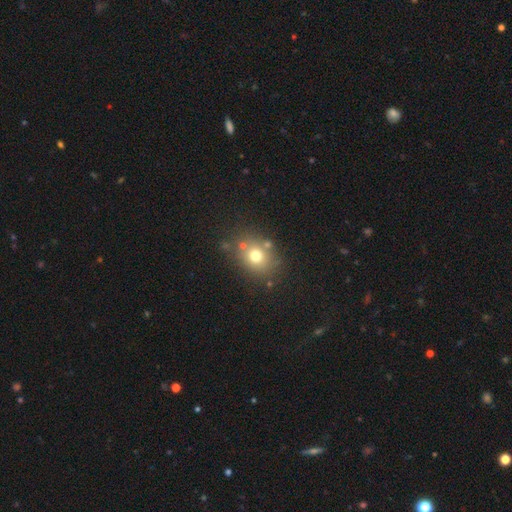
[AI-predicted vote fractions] This is likely a smooth galaxy (70%). How rounded: possibly round (56%). Merging: likely none (74%).